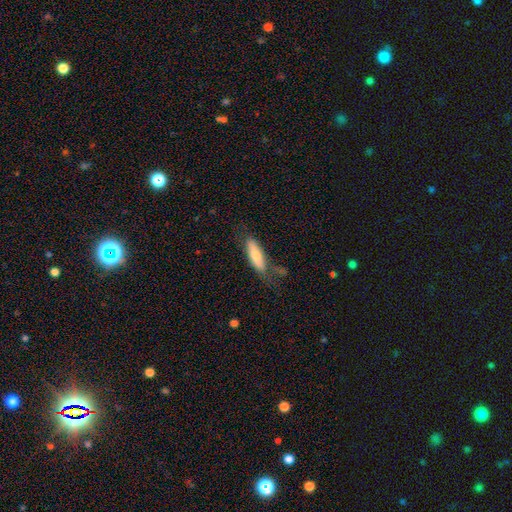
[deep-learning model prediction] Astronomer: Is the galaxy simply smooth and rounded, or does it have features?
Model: smooth — 71%.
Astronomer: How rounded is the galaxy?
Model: cigar-shaped — 51% (runner-up: in between, 47%).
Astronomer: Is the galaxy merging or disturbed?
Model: none — 56%.